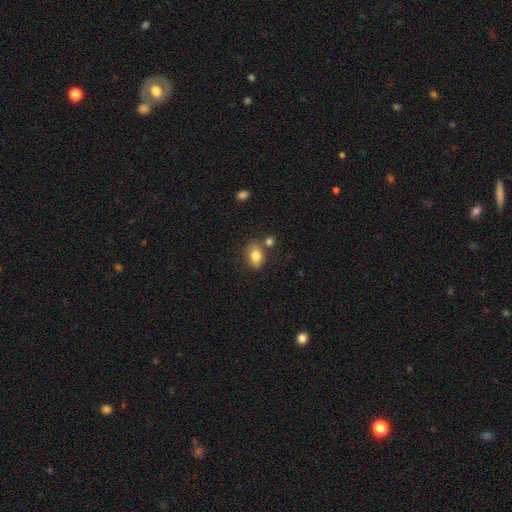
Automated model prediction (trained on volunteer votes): The model was most divided on "merging": none: 67%, minor disturbance: 16%, merger: 13%, major disturbance: 4%. More confident: smooth or featured — smooth (80%); how rounded — in between (75%).